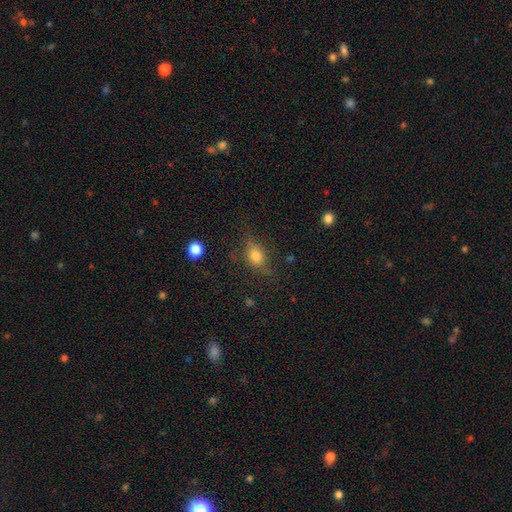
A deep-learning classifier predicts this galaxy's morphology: Smooth or featured? smooth (71%)
How rounded? in between (62%)
Merging? none (69%)